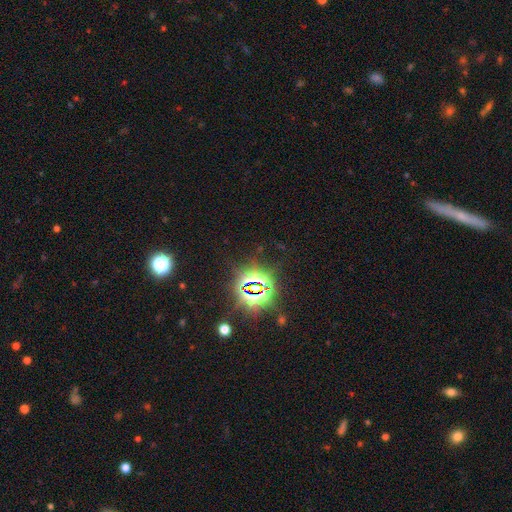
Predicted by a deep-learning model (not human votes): This appears to be a star or artifact, not a galaxy (79%).